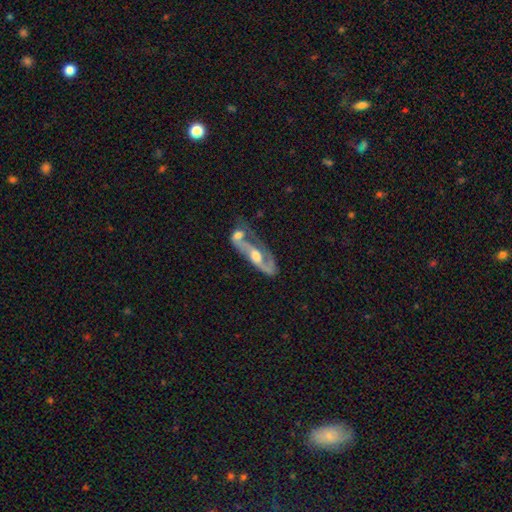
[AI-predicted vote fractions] A featured or disk galaxy (79%) with no bar (56%), spiral arms (76%) and a moderate central bulge (68%).

Vote fractions:
- Smooth or featured? featured or disk: 79% / smooth: 15% / star or artifact: 6%
- Edge-on disk? no: 80% / yes: 20%
- Bar? no: 56% / weak: 28% / strong: 16%
- Spiral arms? yes: 76% / no: 24%
- Bulge size? moderate: 68% / small: 15% / large: 13% / none: 2% / dominant: 2%
- Merging? none: 43% / merger: 29% / minor disturbance: 16% / major disturbance: 12%